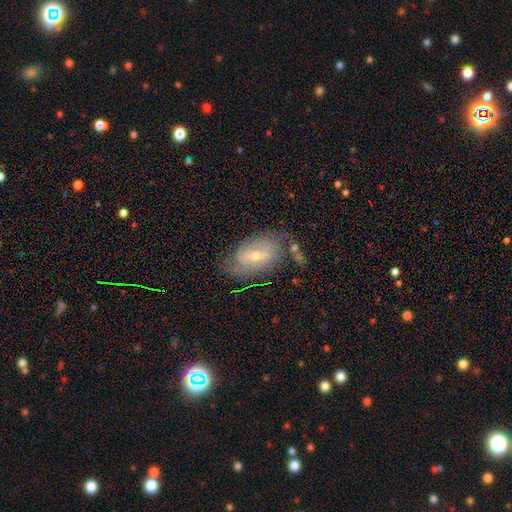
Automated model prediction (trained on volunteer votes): Morphology: type=featured or disk (72%); edge-on=no (94%); bar=weak (49%); spiral arms=yes (84%); winding=medium (41%); arm count=2 (68%); bulge=small (52%); merging=none (62%).